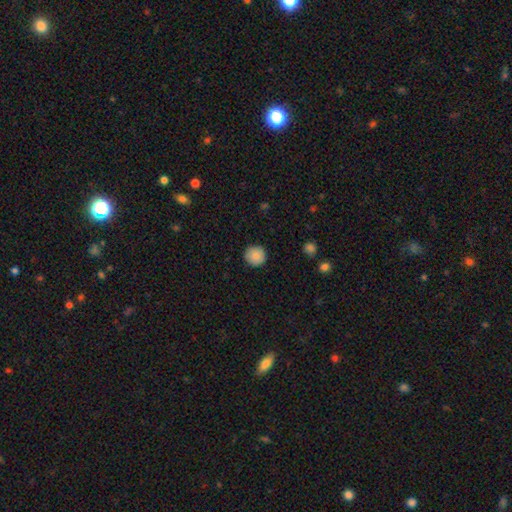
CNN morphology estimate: smooth_or_featured: smooth (p=0.88) [alt: star or artifact p=0.08]
how_rounded: round (p=0.95) [alt: in between p=0.04]
merging: none (p=0.91) [alt: minor disturbance p=0.06]